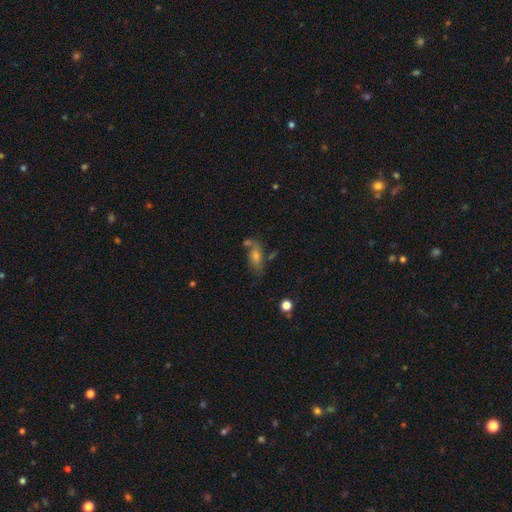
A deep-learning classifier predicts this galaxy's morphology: Smooth or featured? Predicted: smooth (p=0.53). How rounded? Predicted: in between (p=0.69). Merging? Predicted: none (p=0.58).